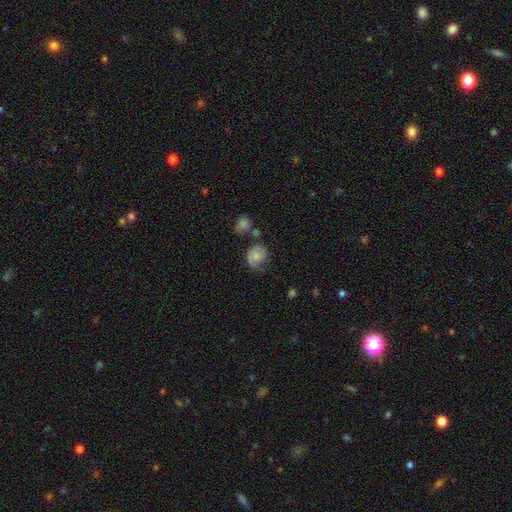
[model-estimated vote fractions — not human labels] This is likely a smooth galaxy (61%). How rounded: likely round (65%). Merging: marginally none (45%).